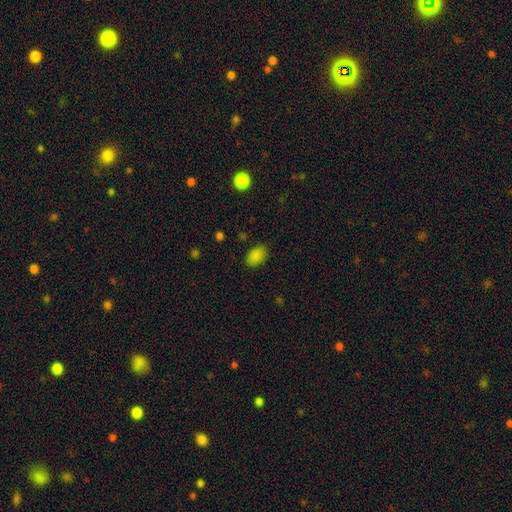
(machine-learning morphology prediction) Smooth or featured?
  - smooth: 86% *
  - star or artifact: 11%
  - featured or disk: 4%
How rounded?
  - in between: 89% *
  - round: 10%
  - cigar-shaped: 1%
Merging?
  - none: 85% *
  - minor disturbance: 11%
  - major disturbance: 3%
  - merger: 1%